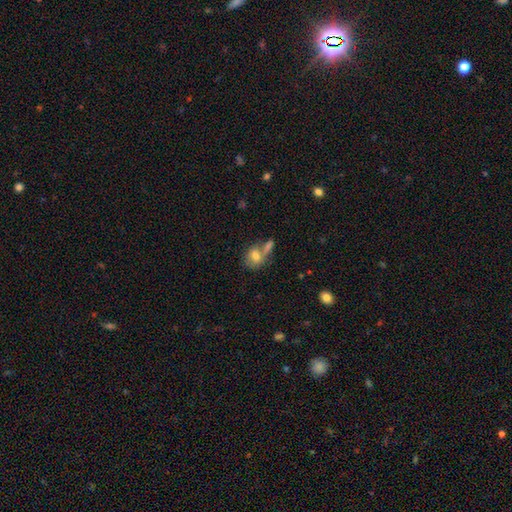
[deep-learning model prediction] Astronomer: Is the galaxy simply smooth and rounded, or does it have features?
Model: smooth — 76%.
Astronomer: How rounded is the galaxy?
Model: in between — 54% (runner-up: round, 44%).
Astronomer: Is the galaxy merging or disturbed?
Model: merger — 40% (runner-up: none, 39%).